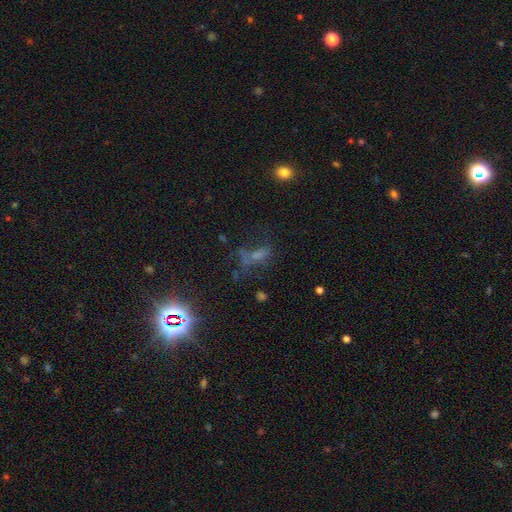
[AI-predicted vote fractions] A star or artifact, not a galaxy (43%).

Vote fractions:
- Smooth or featured? star or artifact: 43% / smooth: 33% / featured or disk: 24%